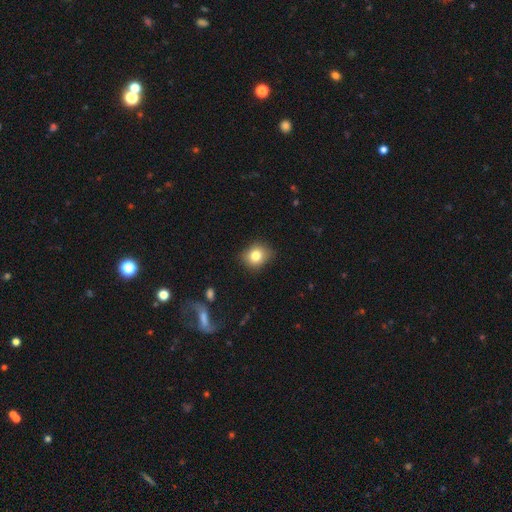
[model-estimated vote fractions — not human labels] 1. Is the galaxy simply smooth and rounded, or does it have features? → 80% smooth, 11% star or artifact, 10% featured or disk.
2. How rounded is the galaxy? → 64% round, 35% in between, 1% cigar-shaped.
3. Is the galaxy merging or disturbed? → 82% none, 14% minor disturbance, 3% major disturbance, 1% merger.